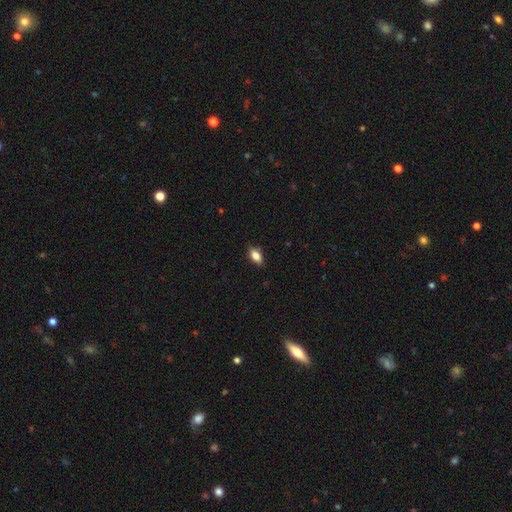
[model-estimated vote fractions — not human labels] smooth-or-featured: smooth: 82% | featured or disk: 10% | star or artifact: 8%
  how-rounded: in between: 87% | cigar-shaped: 7% | round: 6%
  merging: none: 83% | minor disturbance: 13% | major disturbance: 2% | merger: 1%